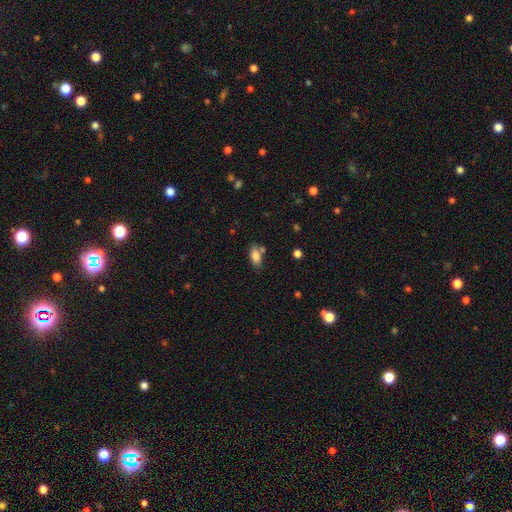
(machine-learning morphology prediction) A smooth galaxy with no disk features (84%) that is in between round and cigar-shaped (89%).

Vote fractions:
- Smooth or featured? smooth: 84% / star or artifact: 8% / featured or disk: 8%
- How rounded? in between: 89% / cigar-shaped: 8% / round: 4%
- Merging? none: 64% / minor disturbance: 18% / merger: 14% / major disturbance: 5%